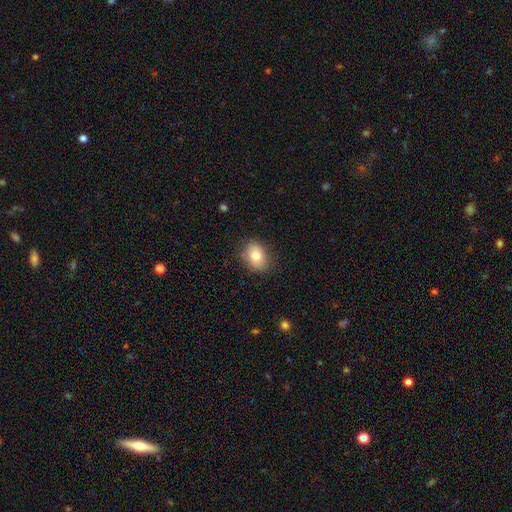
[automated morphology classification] Overall: smooth (79%). How rounded: in between (65%; round 34%). Merging: none (84%).